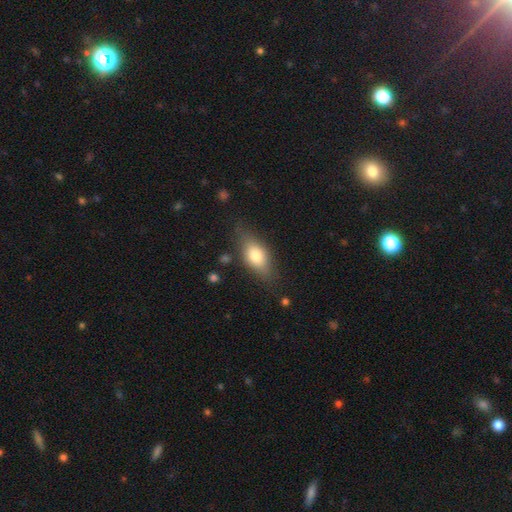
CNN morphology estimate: A smooth galaxy with no disk features (72%) that is in between round and cigar-shaped (81%). Merging: none (71%).